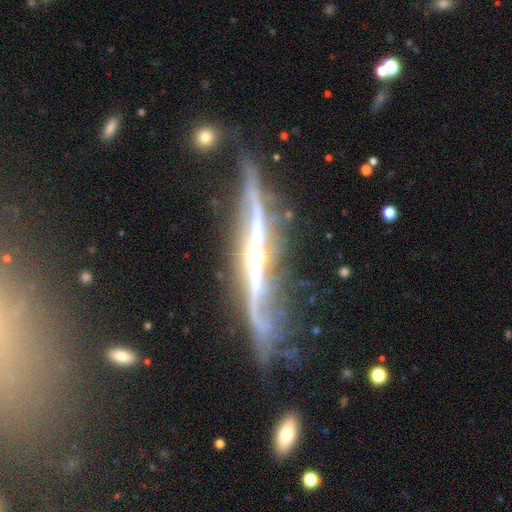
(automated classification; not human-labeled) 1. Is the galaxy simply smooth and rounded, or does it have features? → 89% featured or disk, 6% star or artifact, 5% smooth.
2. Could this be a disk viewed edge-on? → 84% yes, 16% no.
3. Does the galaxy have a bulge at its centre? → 73% rounded, 19% none, 7% boxy.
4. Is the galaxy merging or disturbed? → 59% none, 23% minor disturbance, 11% major disturbance, 6% merger.